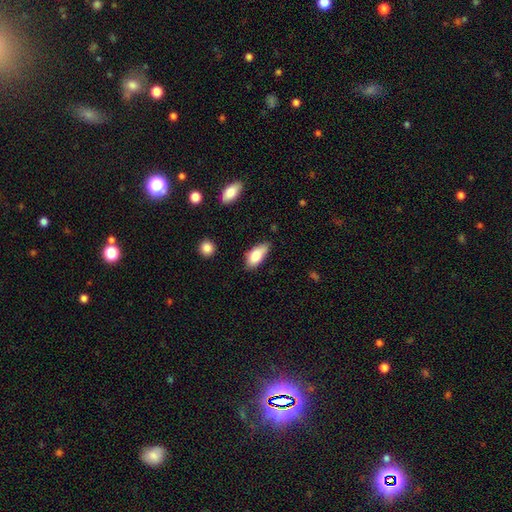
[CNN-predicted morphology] Overall: smooth (81%). How rounded: in between (87%). Merging: none (63%; minor disturbance 29%).